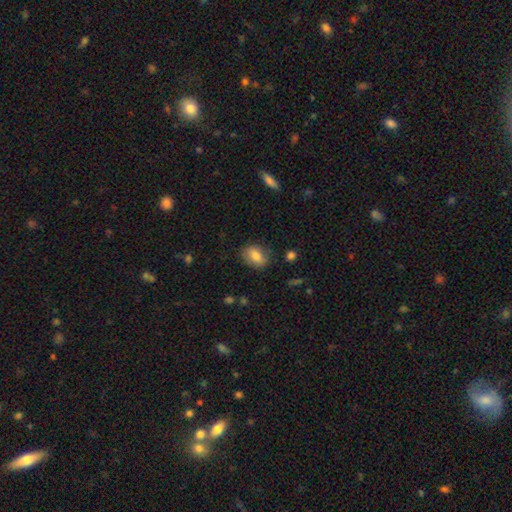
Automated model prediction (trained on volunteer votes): A smooth galaxy with no disk features (78%) that is in between round and cigar-shaped (75%). Merging: none (80%).